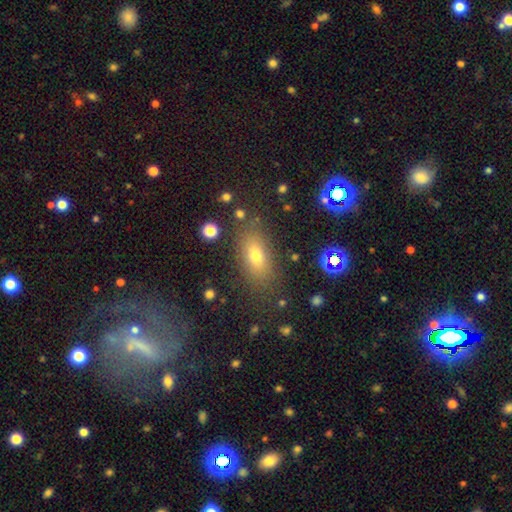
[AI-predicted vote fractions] A smooth galaxy with no disk features (67%) that is in between round and cigar-shaped (78%). Merging: none (80%).